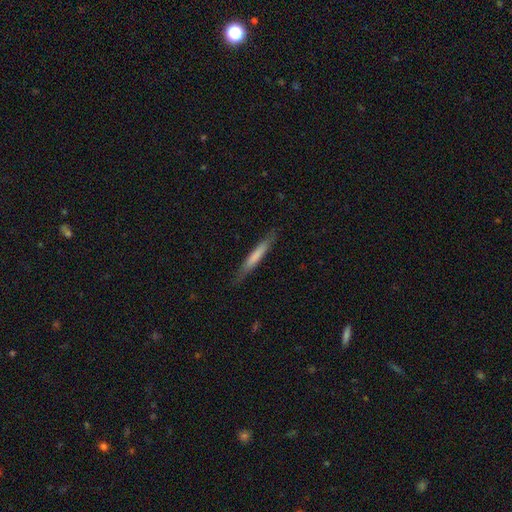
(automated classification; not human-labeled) The model was most divided on "smooth or featured": smooth: 68%, featured or disk: 26%, star or artifact: 5%. More confident: how rounded — cigar-shaped (95%); merging — none (86%).